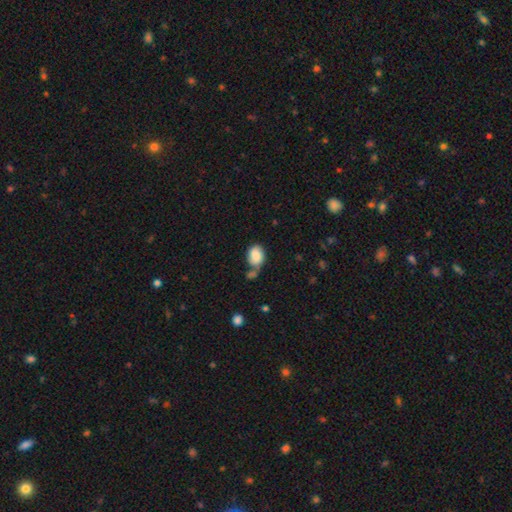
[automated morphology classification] A smooth galaxy with no disk features (79%) that is in between round and cigar-shaped (66%). Merging: none (40%).